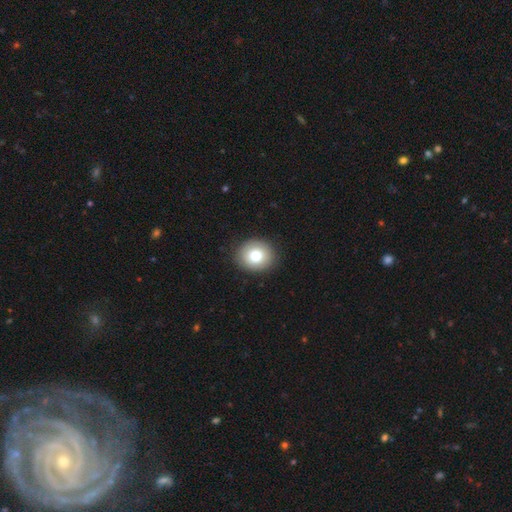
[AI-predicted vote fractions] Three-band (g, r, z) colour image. It shows a smooth galaxy with no disk features (79%) that is round (75%). Merging: none (90%).